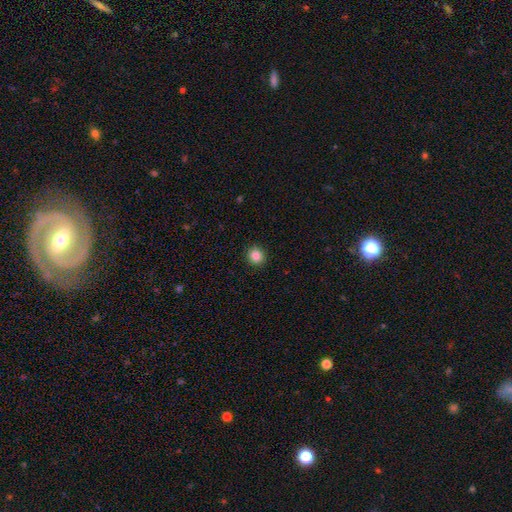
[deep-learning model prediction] smooth_or_featured: smooth (p=0.86) [alt: star or artifact p=0.10]
how_rounded: round (p=0.88) [alt: in between p=0.11]
merging: none (p=0.91) [alt: minor disturbance p=0.06]